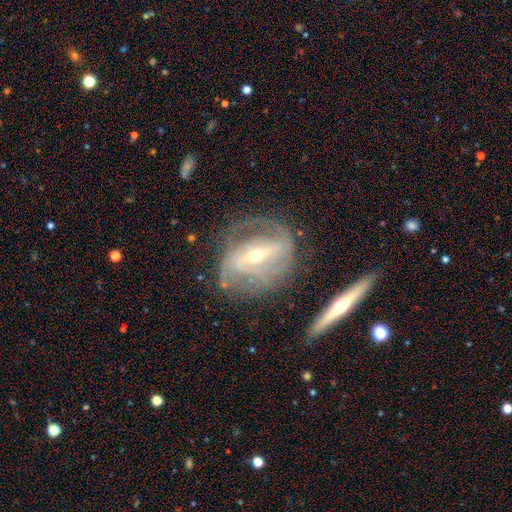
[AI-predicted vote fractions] smooth-or-featured: featured or disk: 84% | smooth: 10% | star or artifact: 6%
  disk-edge-on: no: 91% | yes: 9%
    bar: strong: 55% | weak: 30% | no: 15%
    has-spiral-arms: yes: 87% | no: 13%
      spiral-winding: tight: 44% | medium: 39% | loose: 17%
      spiral-arm-count: 2: 60% | can't tell: 21% | 3: 9% | 1: 5% | 4: 3% | more than 4: 2%
    bulge-size: small: 51% | moderate: 46% | large: 2% | dominant: 1% | none: 1%
  merging: none: 65% | minor disturbance: 18% | major disturbance: 13% | merger: 3%